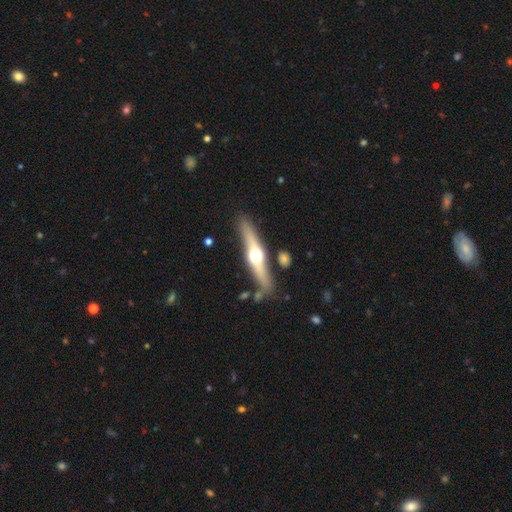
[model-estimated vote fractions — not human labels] Smooth or featured?
  - featured or disk: 67% *
  - smooth: 28%
  - star or artifact: 5%
Edge-on disk?
  - yes: 95% *
  - no: 5%
Edge-on bulge?
  - rounded: 95% *
  - none: 3%
  - boxy: 2%
Merging?
  - none: 82% *
  - minor disturbance: 11%
  - merger: 5%
  - major disturbance: 3%